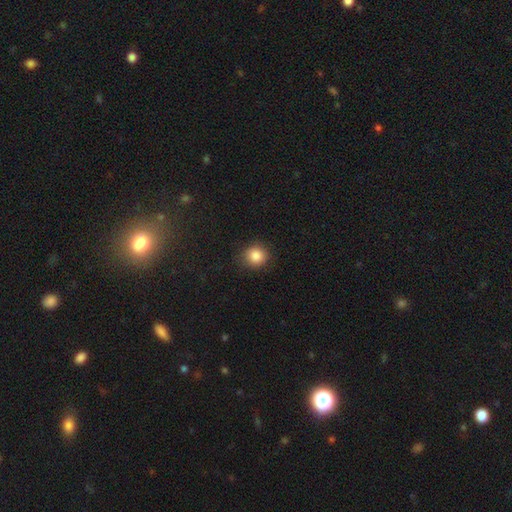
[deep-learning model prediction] Smooth or featured? smooth (86%)
How rounded? round (87%)
Merging? none (86%)